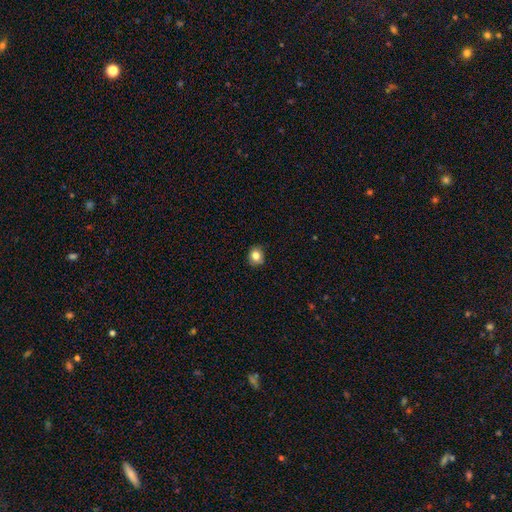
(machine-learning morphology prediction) Smooth or featured: smooth — 82% (star or artifact — 11%)
How rounded: round — 75% (in between — 24%)
Merging: none — 84% (minor disturbance — 13%)